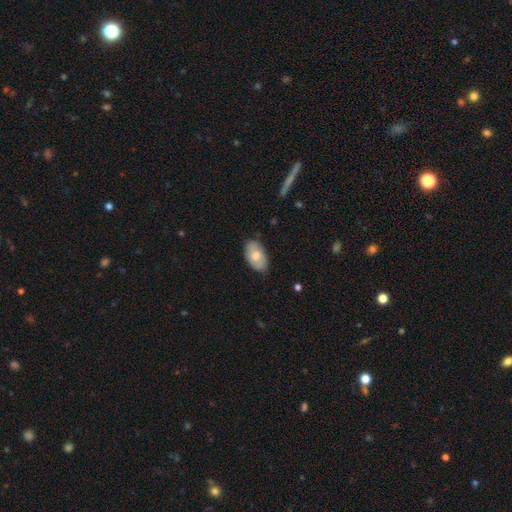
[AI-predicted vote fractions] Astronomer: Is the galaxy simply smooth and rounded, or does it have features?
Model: smooth — 70%.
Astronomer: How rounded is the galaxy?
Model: in between — 93%.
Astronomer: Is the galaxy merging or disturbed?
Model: none — 79%.